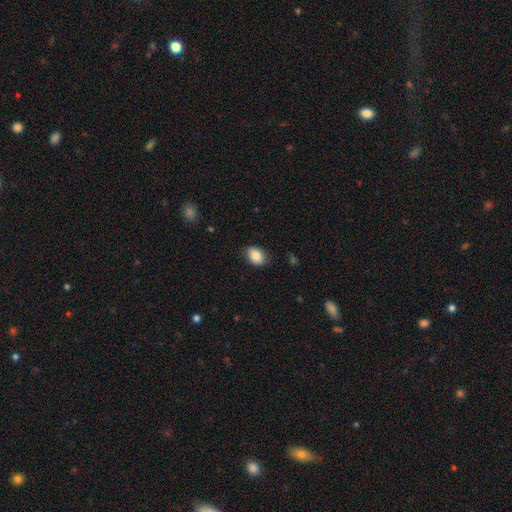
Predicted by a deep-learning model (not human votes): This appears to be a smooth galaxy with no disk features (85%) that is in between round and cigar-shaped (79%). Merging: none (83%).